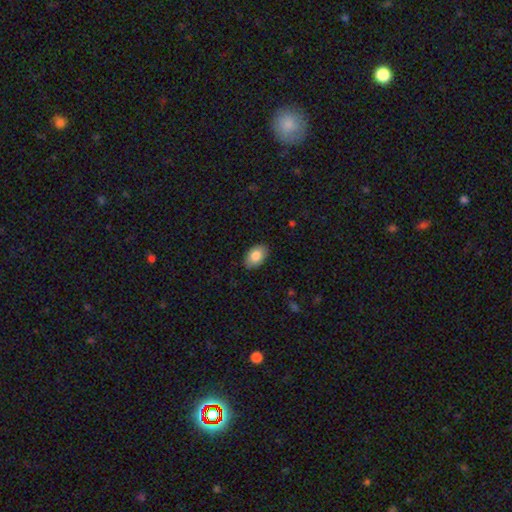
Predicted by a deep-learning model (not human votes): This appears to be a smooth galaxy with no disk features (84%) that is in between round and cigar-shaped (89%). Merging: none (87%).